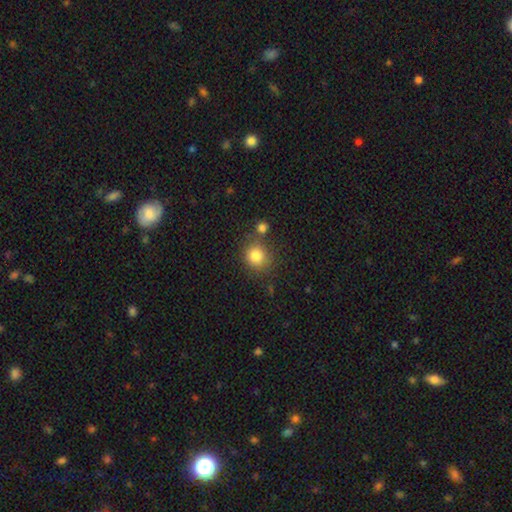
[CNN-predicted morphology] A smooth galaxy with no disk features (82%) that is round (83%). Merging: none (70%).